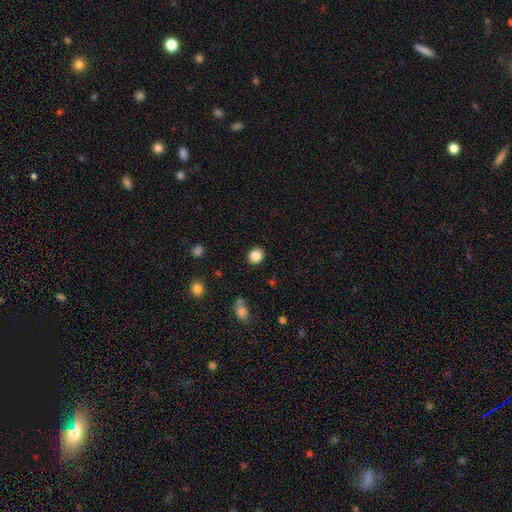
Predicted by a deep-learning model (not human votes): Smooth or featured? smooth (86%)
How rounded? round (72%)
Merging? none (89%)